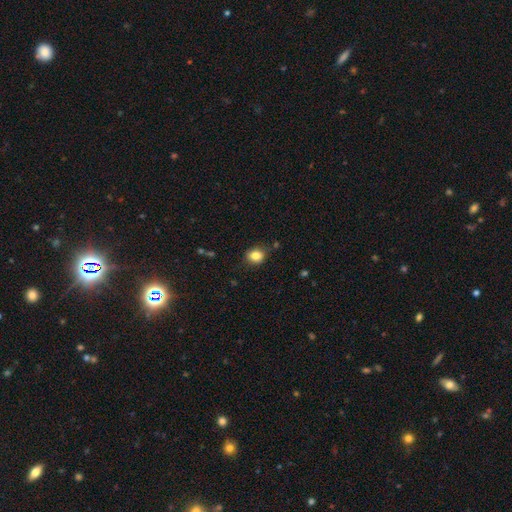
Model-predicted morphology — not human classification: The model was most divided on "how rounded": round: 60%, in between: 39%, cigar-shaped: 1%. More confident: smooth or featured — smooth (82%); merging — none (79%).